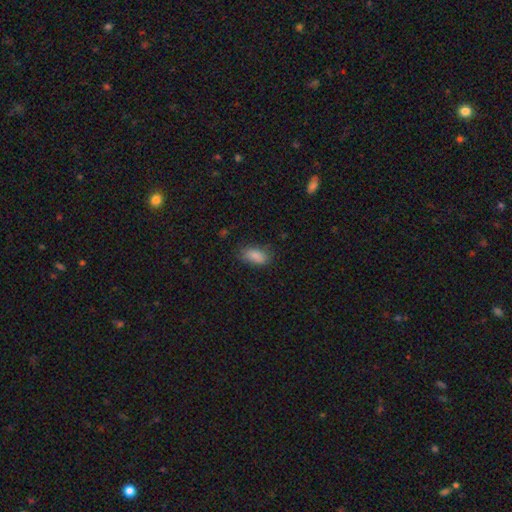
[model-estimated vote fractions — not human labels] smooth-or-featured: smooth: 85% | star or artifact: 8% | featured or disk: 6%
  how-rounded: in between: 90% | round: 5% | cigar-shaped: 5%
  merging: none: 70% | minor disturbance: 22% | major disturbance: 7% | merger: 2%